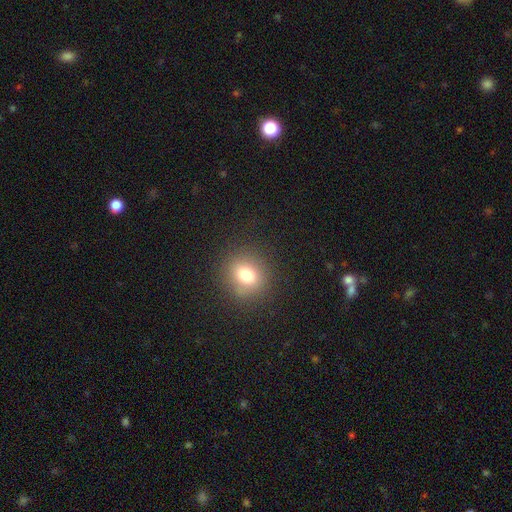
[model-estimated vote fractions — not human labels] Overall: smooth (69%). How rounded: round (91%). Merging: none (93%).